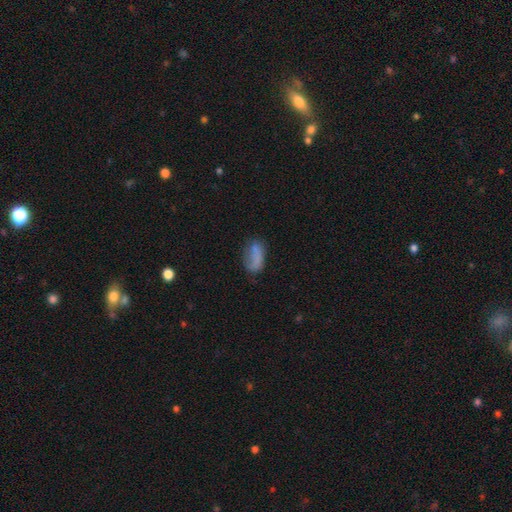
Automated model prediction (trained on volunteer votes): The model was most divided on "merging": none: 46%, minor disturbance: 29%, major disturbance: 20%, merger: 5%. More confident: how rounded — in between (89%); smooth or featured — smooth (70%).